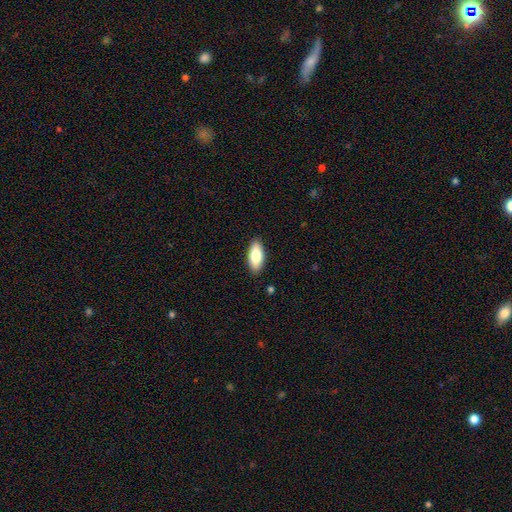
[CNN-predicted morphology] Smooth or featured? Predicted: smooth (p=0.82). How rounded? Predicted: in between (p=0.86). Merging? Predicted: none (p=0.89).